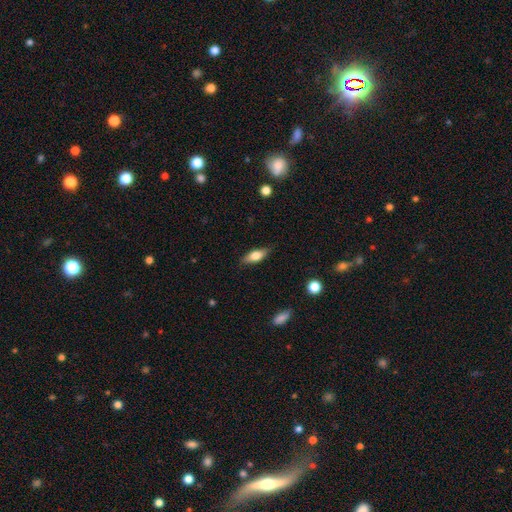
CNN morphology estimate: The model was most divided on "how rounded": in between: 72%, cigar-shaped: 25%, round: 3%. More confident: merging — none (81%); smooth or featured — smooth (70%).